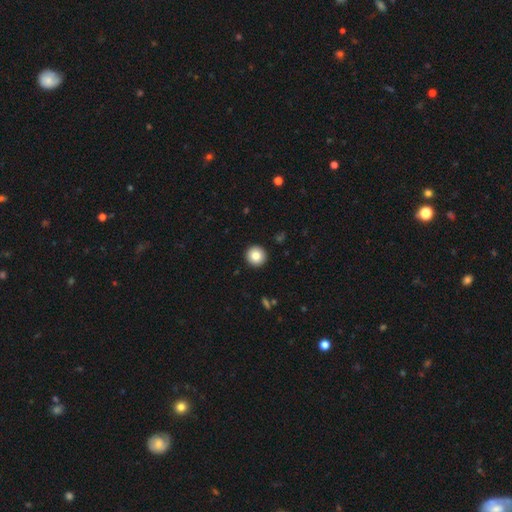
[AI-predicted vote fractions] This is clearly a smooth galaxy (84%). How rounded: clearly round (96%). Merging: clearly none (94%).